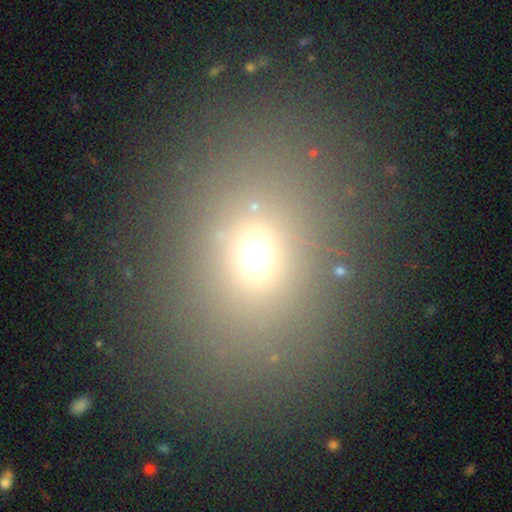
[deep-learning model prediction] A smooth galaxy with no disk features (65%) that is in between round and cigar-shaped (50%).

Vote fractions:
- Smooth or featured? smooth: 65% / star or artifact: 24% / featured or disk: 11%
- How rounded? in between: 50% / round: 49% / cigar-shaped: 2%
- Merging? none: 82% / minor disturbance: 9% / major disturbance: 6% / merger: 3%